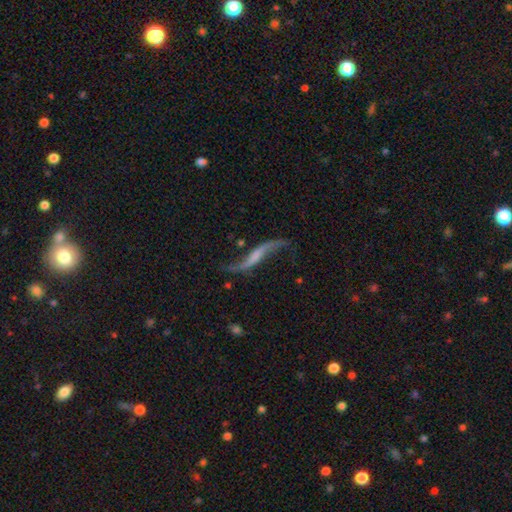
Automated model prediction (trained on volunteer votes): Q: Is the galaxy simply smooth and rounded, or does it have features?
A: featured or disk — 84%.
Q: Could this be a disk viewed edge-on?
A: no — 79%.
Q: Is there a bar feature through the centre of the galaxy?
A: no — 38%.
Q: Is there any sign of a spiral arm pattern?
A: yes — 94%.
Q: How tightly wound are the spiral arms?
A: loose — 95%.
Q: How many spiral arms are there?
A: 2 — 93%.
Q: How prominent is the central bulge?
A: none — 43%.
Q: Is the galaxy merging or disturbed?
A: none — 65%.